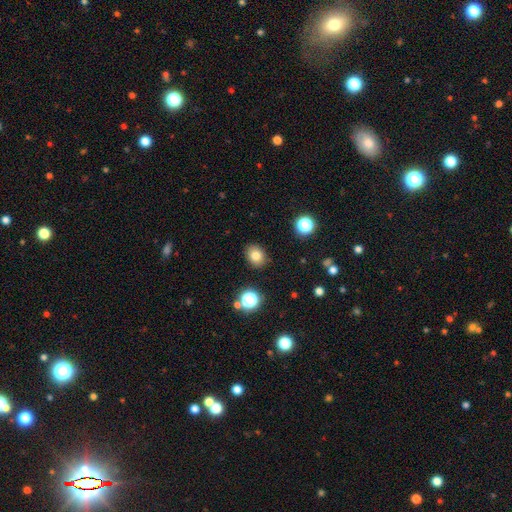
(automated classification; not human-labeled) smooth 79%, star or artifact 13%, featured or disk 8%. Down the decision tree: how rounded — round (50%); merging — none (87%).